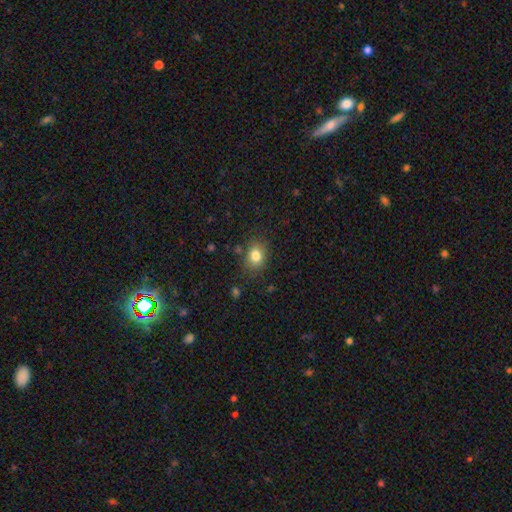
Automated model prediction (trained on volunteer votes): Smooth or featured?
  - smooth: 81% *
  - star or artifact: 11%
  - featured or disk: 8%
How rounded?
  - round: 50% *
  - in between: 49%
  - cigar-shaped: 1%
Merging?
  - none: 81% *
  - minor disturbance: 13%
  - major disturbance: 4%
  - merger: 3%